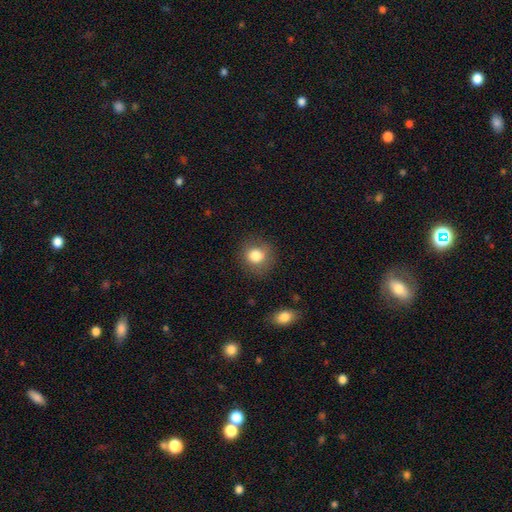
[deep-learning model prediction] smooth-or-featured: smooth: 82% | star or artifact: 10% | featured or disk: 8%
  how-rounded: round: 84% | in between: 15% | cigar-shaped: 1%
  merging: none: 79% | minor disturbance: 14% | major disturbance: 5% | merger: 2%